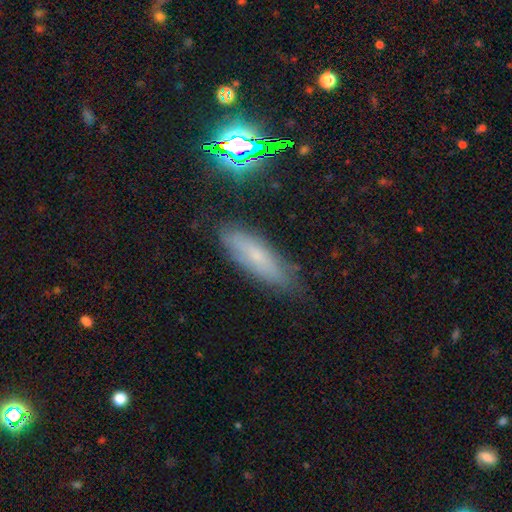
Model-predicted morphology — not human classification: This is possibly a smooth galaxy (53%). How rounded: possibly cigar-shaped (55%). Merging: likely none (77%).